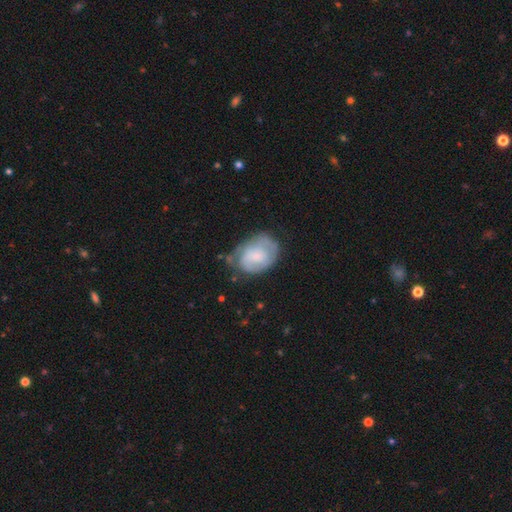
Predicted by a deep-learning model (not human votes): This appears to be a smooth galaxy with no disk features (48%). Merging: none (52%).